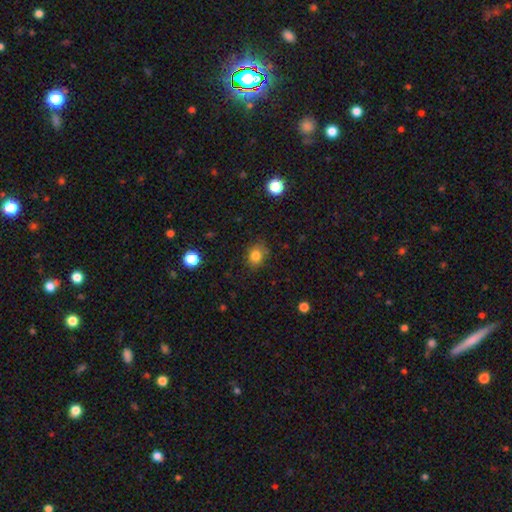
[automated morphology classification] smooth 82%, star or artifact 12%, featured or disk 6%. Down the decision tree: how rounded — round (60%); merging — none (80%).